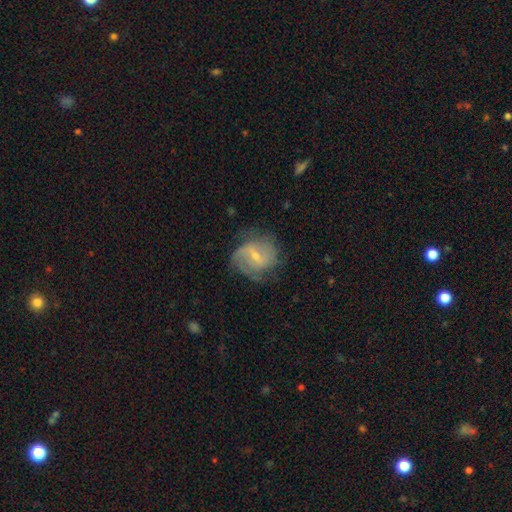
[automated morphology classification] Overall: featured or disk (77%). Edge-on disk: no (97%). Bar: weak (56%; strong 24%). Spiral arms: yes (90%). Spiral arm count: 2 (50%; can't tell 24%). Spiral winding: medium (44%; tight 32%). Bulge size: small (61%; moderate 34%). Merging: none (62%; minor disturbance 23%).